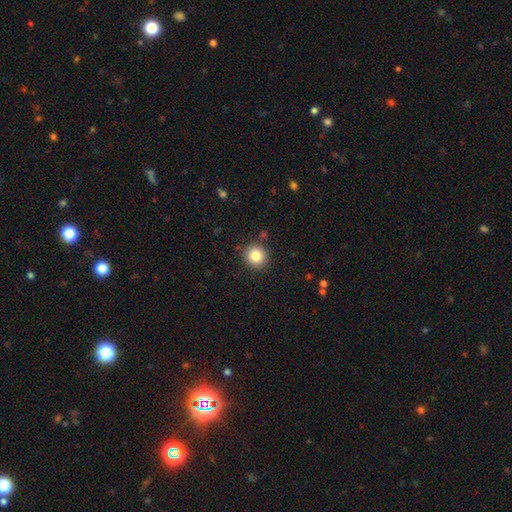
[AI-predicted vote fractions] smooth 83%, star or artifact 11%, featured or disk 6%. Down the decision tree: how rounded — round (90%); merging — none (89%).